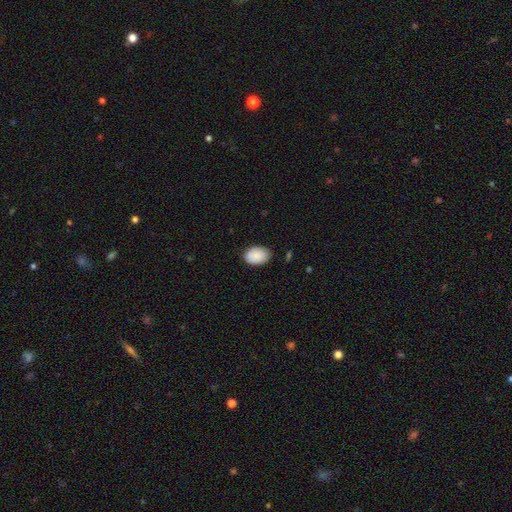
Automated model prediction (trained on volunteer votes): A smooth galaxy with no disk features (89%) that is in between round and cigar-shaped (84%). Merging: none (83%).